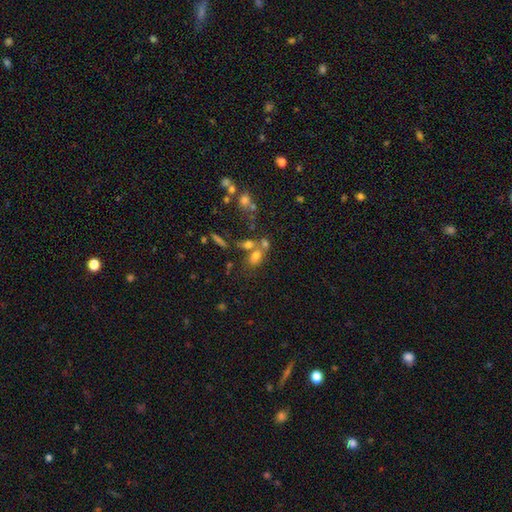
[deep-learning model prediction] smooth_or_featured: smooth (p=0.64) [alt: featured or disk p=0.19]
how_rounded: in between (p=0.75) [alt: round p=0.20]
merging: merger (p=0.45) [alt: none p=0.36]